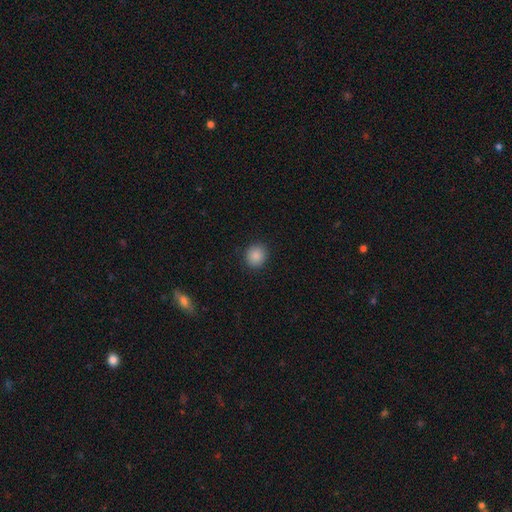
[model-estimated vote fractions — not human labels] This appears to be a smooth galaxy with no disk features (88%) that is round (86%). Merging: none (90%).